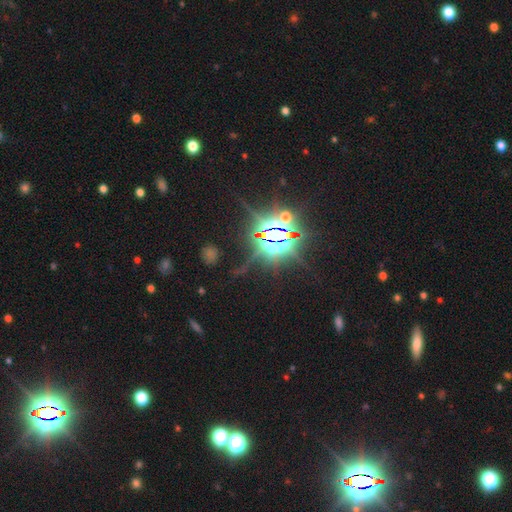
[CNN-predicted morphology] Overall: star or artifact (83%).